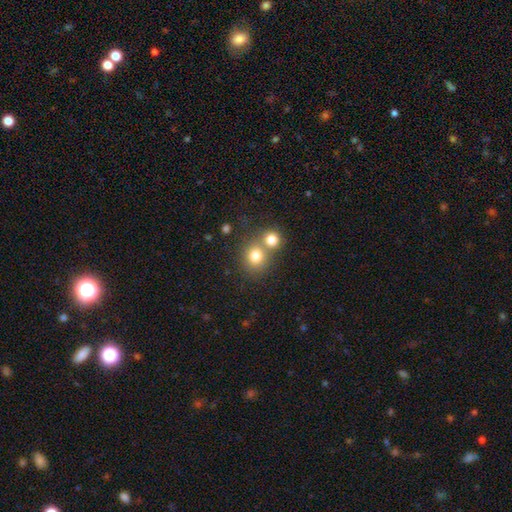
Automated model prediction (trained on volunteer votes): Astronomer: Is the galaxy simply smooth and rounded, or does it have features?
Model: smooth — 78%.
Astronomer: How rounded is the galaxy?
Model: round — 83%.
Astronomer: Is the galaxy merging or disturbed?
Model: none — 49% (runner-up: merger, 41%).